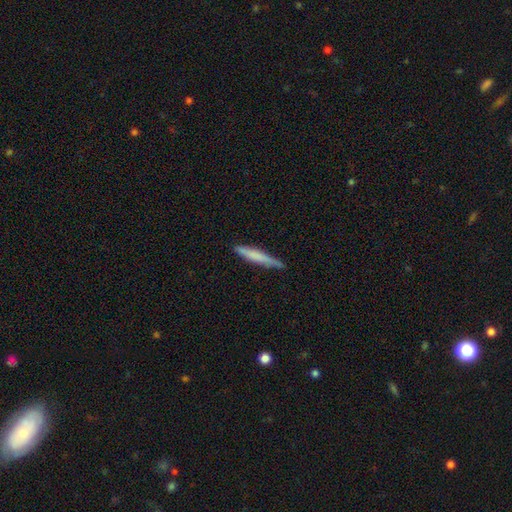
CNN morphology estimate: Smooth or featured: smooth — 66% (featured or disk — 28%)
How rounded: cigar-shaped — 95% (in between — 4%)
Merging: none — 84% (minor disturbance — 13%)